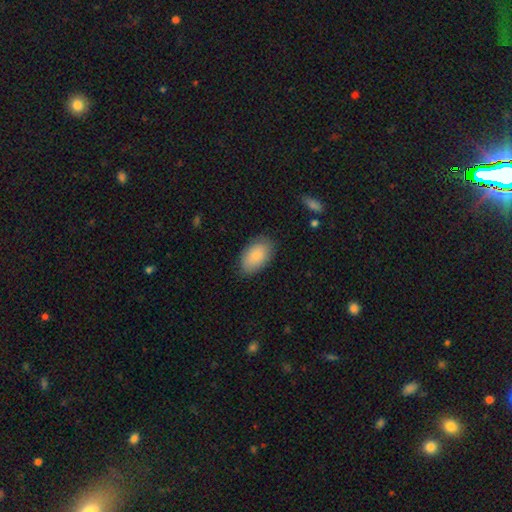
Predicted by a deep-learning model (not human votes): The model was most divided on "merging": none: 82%, minor disturbance: 13%, major disturbance: 3%, merger: 1%. More confident: how rounded — in between (93%); smooth or featured — smooth (85%).